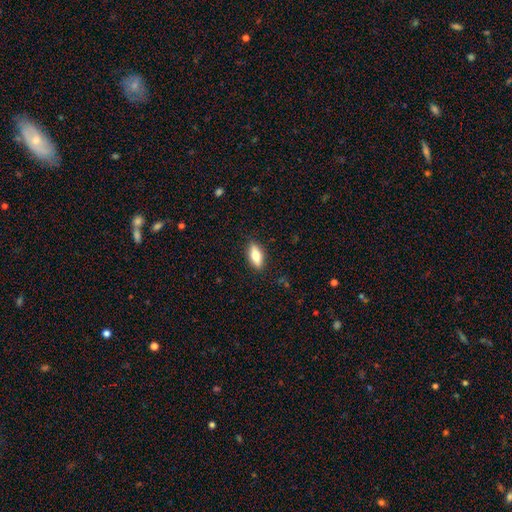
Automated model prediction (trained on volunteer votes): smooth-or-featured: smooth: 68% | featured or disk: 25% | star or artifact: 7%
  how-rounded: in between: 72% | cigar-shaped: 25% | round: 3%
  merging: none: 88% | minor disturbance: 9% | major disturbance: 2% | merger: 1%